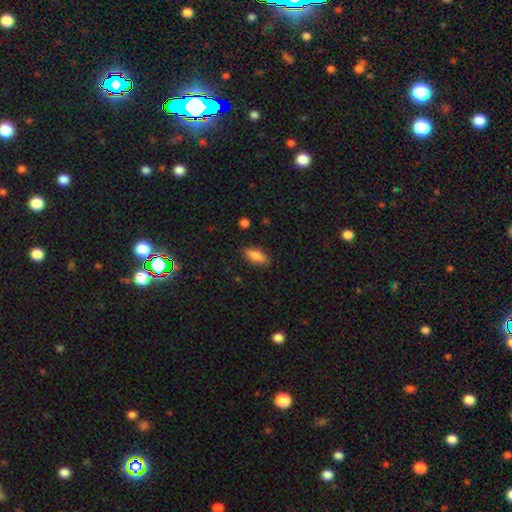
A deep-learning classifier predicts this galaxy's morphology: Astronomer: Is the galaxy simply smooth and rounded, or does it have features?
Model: smooth — 79%.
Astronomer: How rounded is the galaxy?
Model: in between — 71%.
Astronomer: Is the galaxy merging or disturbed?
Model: none — 86%.